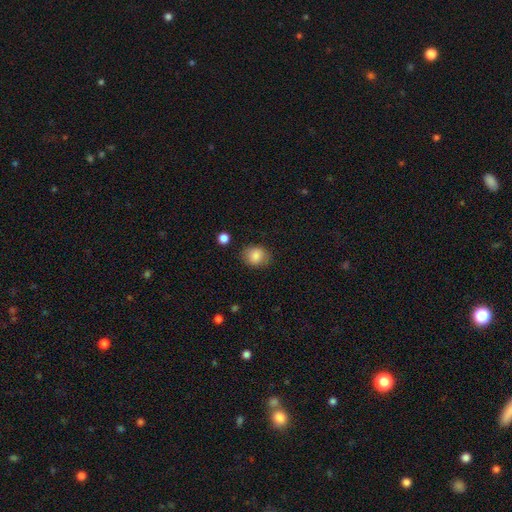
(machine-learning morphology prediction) A smooth galaxy with no disk features (85%) that is round (57%). Merging: none (81%).